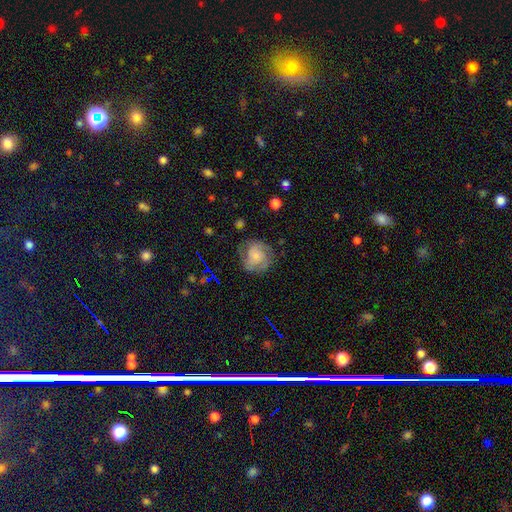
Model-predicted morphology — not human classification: Q: Smooth or featured?
A: featured or disk (57%); runner-up: smooth (34%)
Q: Edge-on disk?
A: no (98%); runner-up: yes (2%)
Q: Bar?
A: no (73%); runner-up: weak (23%)
Q: Spiral arms?
A: yes (86%); runner-up: no (14%)
Q: Bulge size?
A: small (43%); runner-up: moderate (24%)
Q: Merging?
A: none (69%); runner-up: minor disturbance (19%)